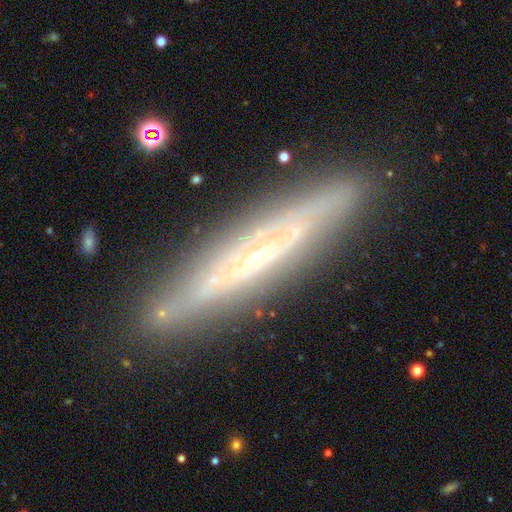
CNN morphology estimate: A featured or disk galaxy (73%) viewed edge-on (84%) with no central bulge (68%). Merging: none (84%).